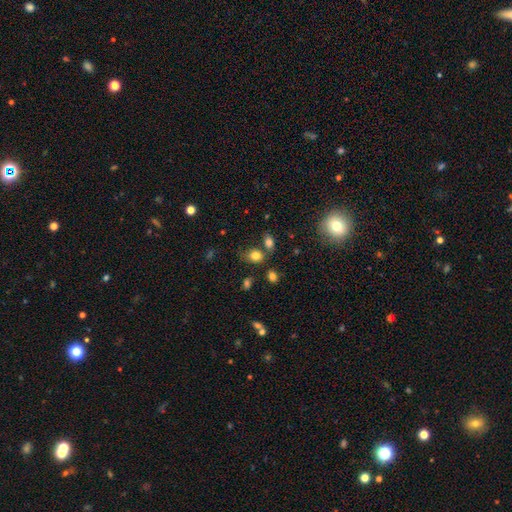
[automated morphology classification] Smooth or featured? Predicted: smooth (p=0.80). How rounded? Predicted: in between (p=0.68). Merging? Predicted: none (p=0.64).